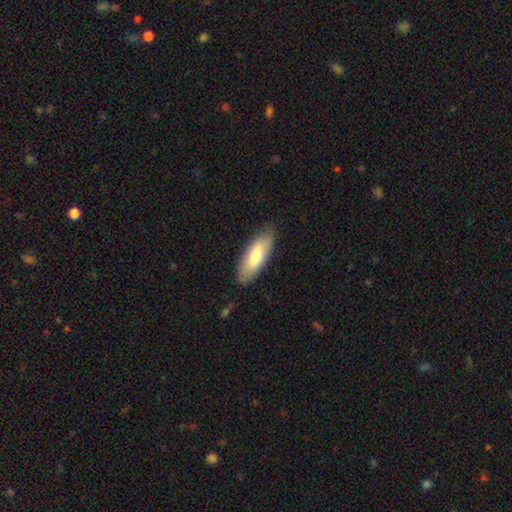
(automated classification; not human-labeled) Q: Smooth or featured?
A: smooth (72%); runner-up: featured or disk (22%)
Q: How rounded?
A: in between (66%); runner-up: cigar-shaped (32%)
Q: Merging?
A: none (83%); runner-up: minor disturbance (14%)